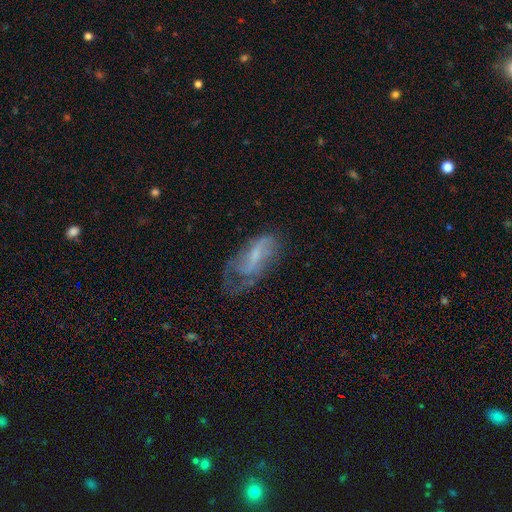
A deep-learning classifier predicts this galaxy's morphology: featured or disk 59%, smooth 32%, star or artifact 9%. Down the decision tree: edge-on disk — no (91%); bar — weak (45%); spiral arms — yes (69%); bulge size — small (47%); merging — none (36%).